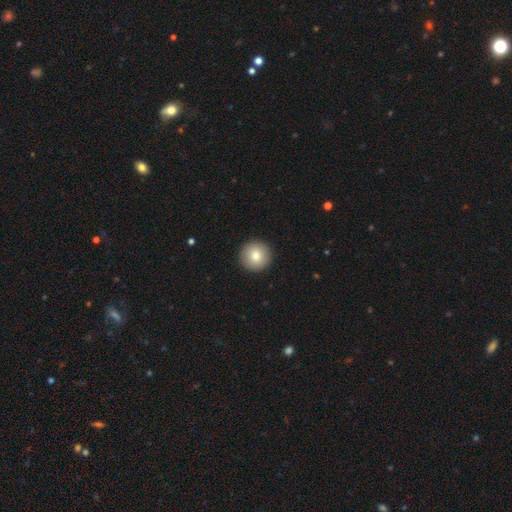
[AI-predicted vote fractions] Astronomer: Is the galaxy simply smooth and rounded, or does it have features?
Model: smooth — 81%.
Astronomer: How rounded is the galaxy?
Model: round — 96%.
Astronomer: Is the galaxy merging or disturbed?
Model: none — 93%.